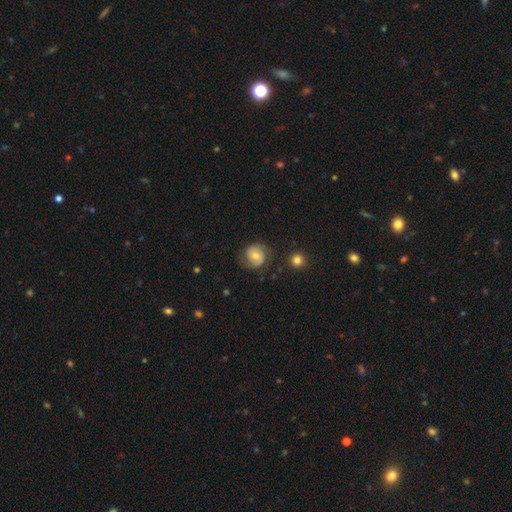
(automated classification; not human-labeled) smooth_or_featured: featured or disk (p=0.55) [alt: smooth p=0.37]
disk_edge_on: no (p=0.98) [alt: yes p=0.02]
bar: no (p=0.55) [alt: weak p=0.36]
has_spiral_arms: yes (p=0.88) [alt: no p=0.12]
bulge_size: moderate (p=0.55) [alt: small p=0.37]
merging: none (p=0.74) [alt: minor disturbance p=0.17]